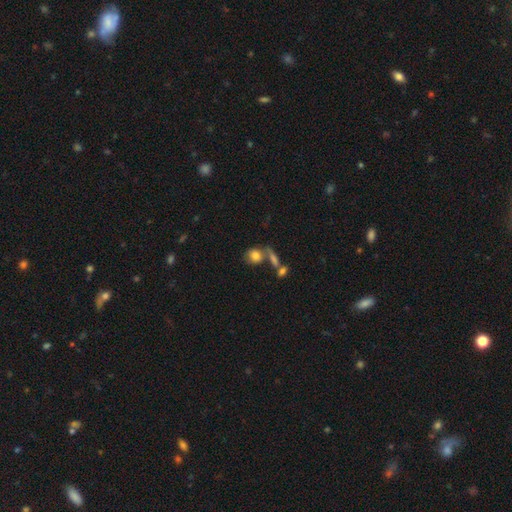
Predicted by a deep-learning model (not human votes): smooth_or_featured: smooth (p=0.77) [alt: featured or disk p=0.13]
how_rounded: round (p=0.62) [alt: in between p=0.35]
merging: none (p=0.45) [alt: merger p=0.31]